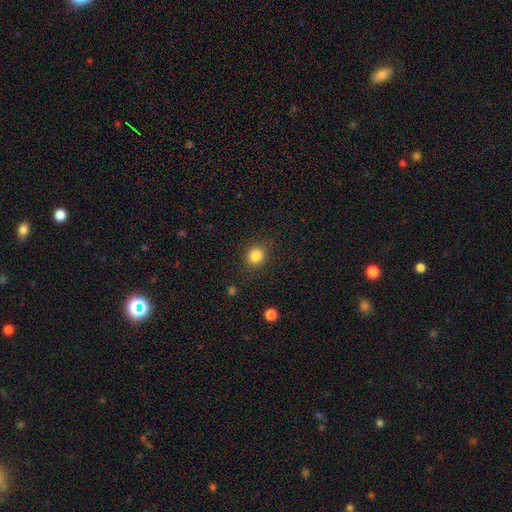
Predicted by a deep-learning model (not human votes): smooth 84%, star or artifact 11%, featured or disk 5%. Down the decision tree: how rounded — round (84%); merging — none (86%).